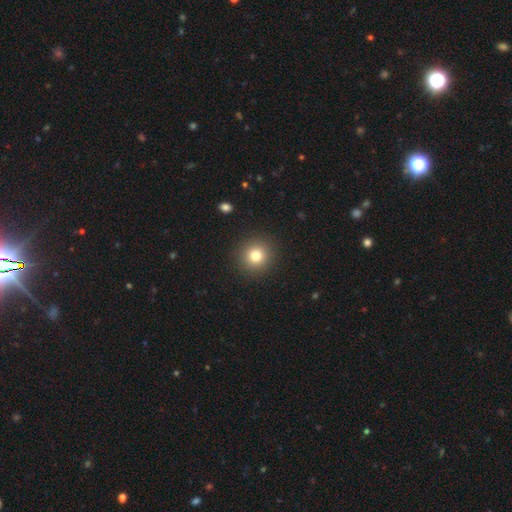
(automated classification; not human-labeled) Smooth or featured?
  - smooth: 80% *
  - star or artifact: 12%
  - featured or disk: 8%
How rounded?
  - round: 92% *
  - in between: 7%
  - cigar-shaped: 1%
Merging?
  - none: 91% *
  - minor disturbance: 5%
  - major disturbance: 2%
  - merger: 1%